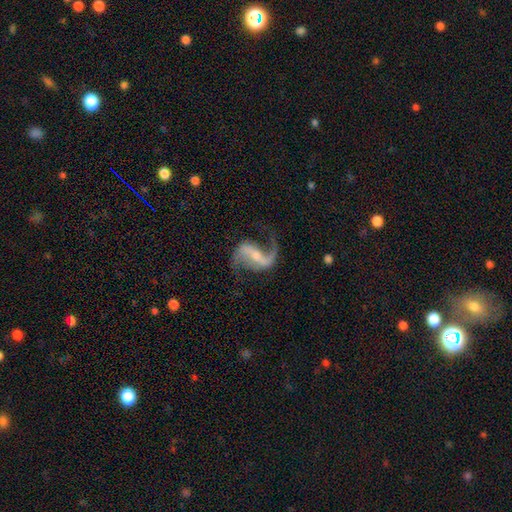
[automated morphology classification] A featured or disk galaxy (91%) with a strong bar (54%), 2 (90%) loose (72%) spiral arms (97%) and a small central bulge (60%).

Vote fractions:
- Smooth or featured? featured or disk: 91% / star or artifact: 5% / smooth: 4%
- Edge-on disk? no: 97% / yes: 3%
- Bar? strong: 54% / weak: 32% / no: 14%
- Spiral arms? yes: 97% / no: 3%
- Spiral winding? loose: 72% / medium: 24% / tight: 4%
- Spiral arm count? 2: 90% / 1: 6% / can't tell: 1% / 3: 1% / 4: 1% / more than 4: 1%
- Bulge size? small: 60% / moderate: 28% / none: 8% / large: 2% / dominant: 1%
- Merging? none: 73% / minor disturbance: 13% / major disturbance: 12% / merger: 2%